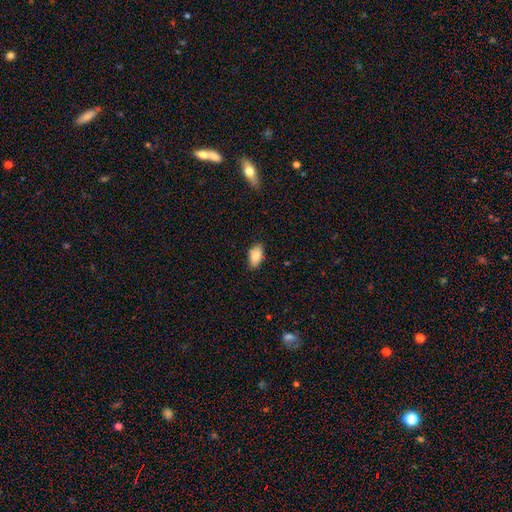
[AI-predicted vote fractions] This is clearly a smooth galaxy (85%). How rounded: clearly in between (93%). Merging: clearly none (82%).